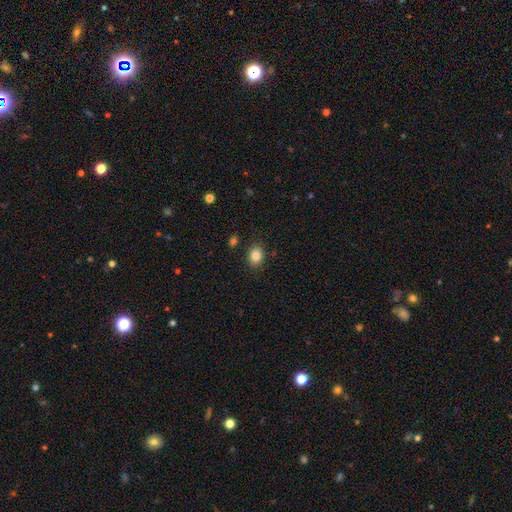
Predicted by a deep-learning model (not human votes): Smooth or featured?
  - smooth: 84% *
  - star or artifact: 10%
  - featured or disk: 6%
How rounded?
  - in between: 52% *
  - round: 47%
  - cigar-shaped: 1%
Merging?
  - none: 87% *
  - minor disturbance: 9%
  - major disturbance: 2%
  - merger: 2%